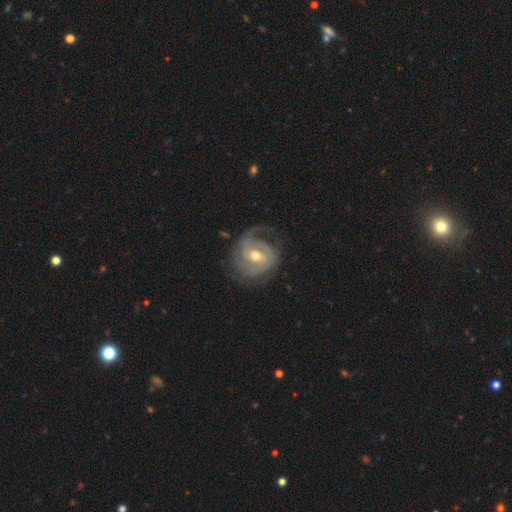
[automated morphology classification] smooth_or_featured: featured or disk (p=0.86) [alt: smooth p=0.10]
disk_edge_on: no (p=0.97) [alt: yes p=0.03]
bar: weak (p=0.49) [alt: no p=0.33]
has_spiral_arms: yes (p=0.94) [alt: no p=0.06]
spiral_winding: tight (p=0.54) [alt: medium p=0.34]
spiral_arm_count: 2 (p=0.47) [alt: can't tell p=0.20]
bulge_size: moderate (p=0.68) [alt: small p=0.27]
merging: none (p=0.62) [alt: minor disturbance p=0.20]